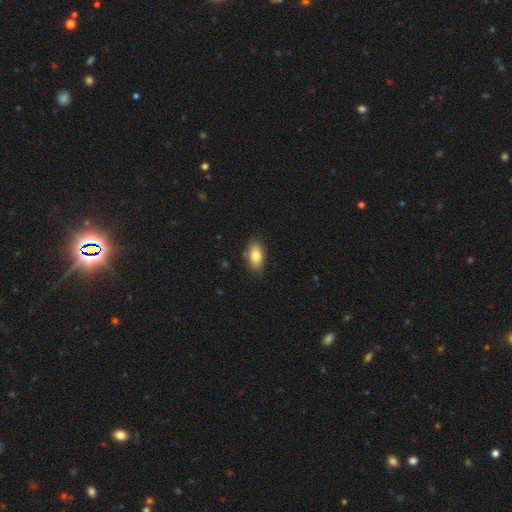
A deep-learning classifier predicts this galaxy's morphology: Smooth or featured?
  - smooth: 79% *
  - featured or disk: 13%
  - star or artifact: 7%
How rounded?
  - in between: 88% *
  - cigar-shaped: 6%
  - round: 6%
Merging?
  - none: 85% *
  - minor disturbance: 12%
  - major disturbance: 2%
  - merger: 1%